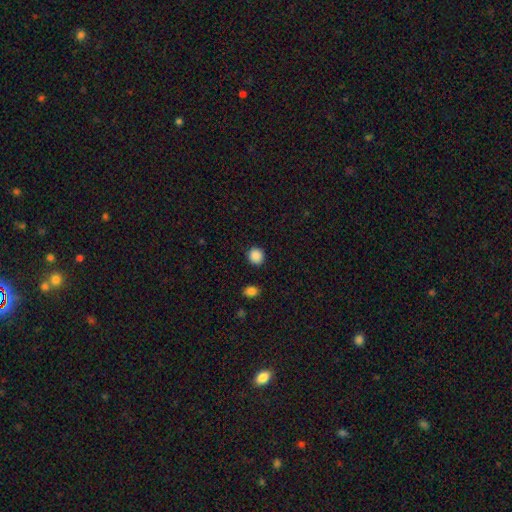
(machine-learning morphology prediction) Smooth or featured: smooth — 88% (star or artifact — 9%)
How rounded: round — 88% (in between — 11%)
Merging: none — 90% (minor disturbance — 6%)